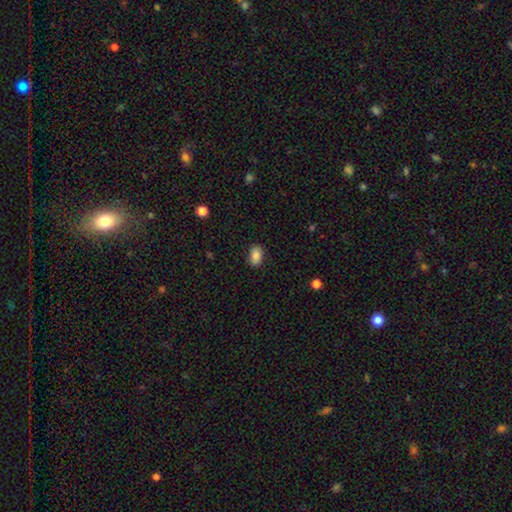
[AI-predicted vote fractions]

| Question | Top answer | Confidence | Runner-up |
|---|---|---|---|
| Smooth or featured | smooth | 86% | star or artifact (8%) |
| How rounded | in between | 90% | round (9%) |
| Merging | none | 87% | minor disturbance (10%) |